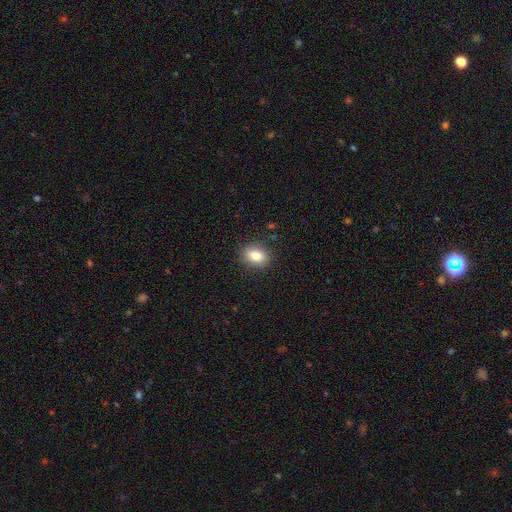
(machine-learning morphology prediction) The model was most divided on "how rounded": in between: 67%, round: 32%, cigar-shaped: 1%. More confident: merging — none (88%); smooth or featured — smooth (82%).